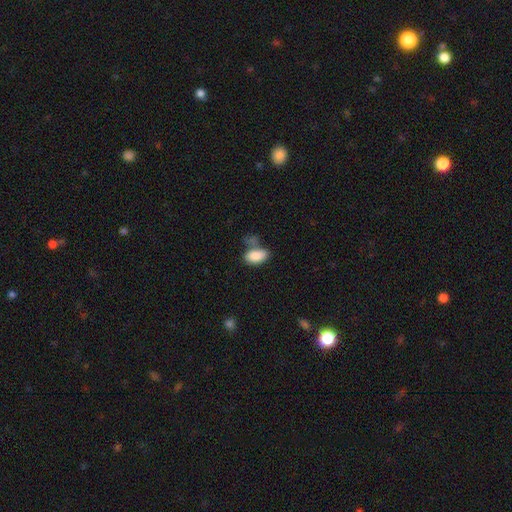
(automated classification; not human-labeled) smooth 86%, star or artifact 8%, featured or disk 6%. Down the decision tree: how rounded — in between (94%); merging — none (52%).